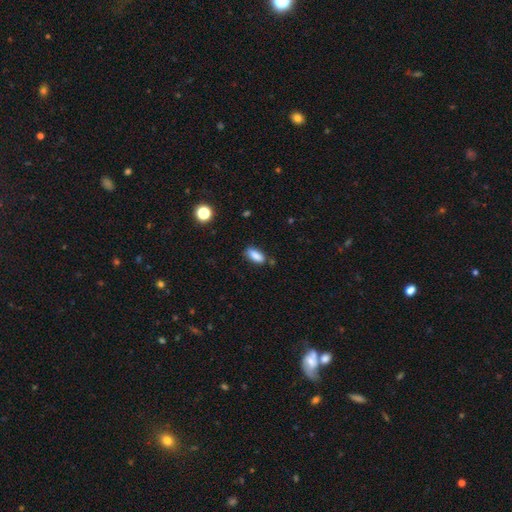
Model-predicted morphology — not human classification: The model was most divided on "how rounded": in between: 79%, cigar-shaped: 19%, round: 3%. More confident: smooth or featured — smooth (86%); merging — none (77%).